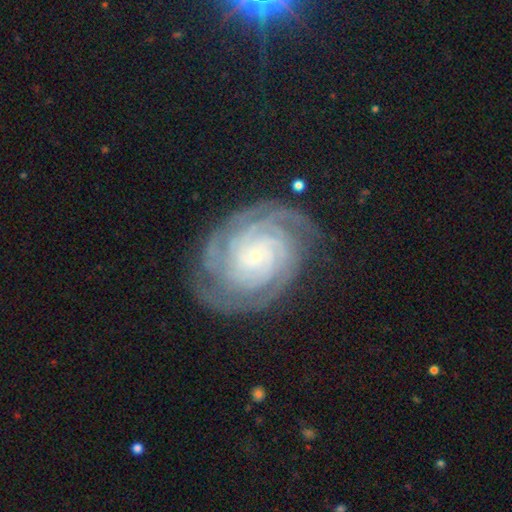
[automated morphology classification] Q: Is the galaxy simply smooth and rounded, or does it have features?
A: featured or disk — 89%.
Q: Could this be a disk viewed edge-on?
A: no — 98%.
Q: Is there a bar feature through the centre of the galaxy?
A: no — 77%.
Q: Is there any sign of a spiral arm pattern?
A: yes — 98%.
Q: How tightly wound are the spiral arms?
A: tight — 83%.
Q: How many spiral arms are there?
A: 4 — 28%.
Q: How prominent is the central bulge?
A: small — 86%.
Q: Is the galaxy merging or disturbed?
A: none — 78%.